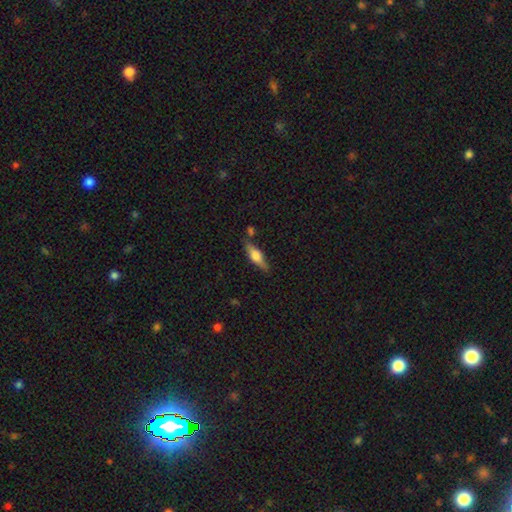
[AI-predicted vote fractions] Q: Smooth or featured?
A: smooth (48%); runner-up: featured or disk (45%)
Q: Merging?
A: none (75%); runner-up: minor disturbance (15%)